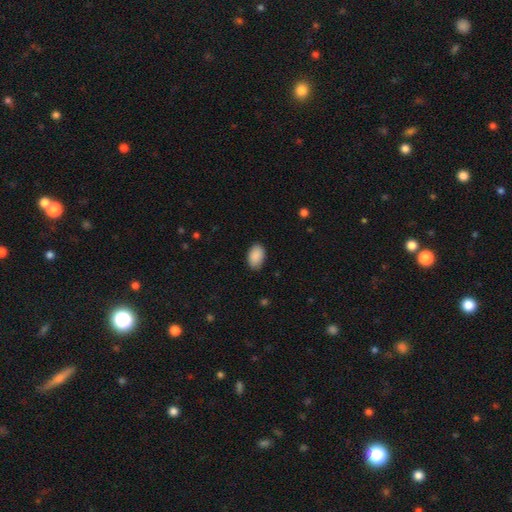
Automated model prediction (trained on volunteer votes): A smooth galaxy with no disk features (90%) that is in between round and cigar-shaped (90%). Merging: none (85%).